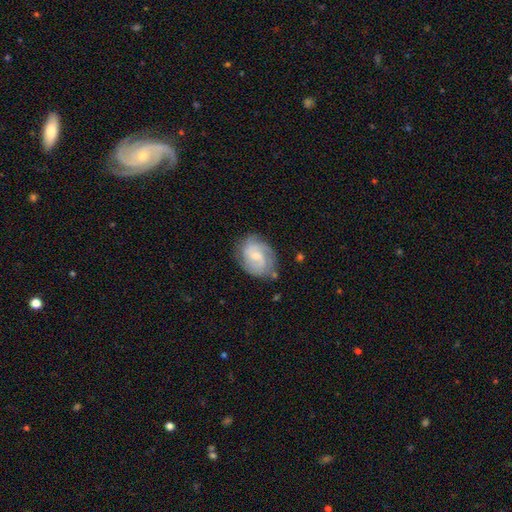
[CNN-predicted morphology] Smooth or featured? featured or disk (75%)
Edge-on disk? no (98%)
Bar? weak (50%)
Spiral arms? yes (94%)
Spiral winding? medium (46%)
Spiral arm count? 2 (49%)
Bulge size? small (62%)
Merging? none (71%)